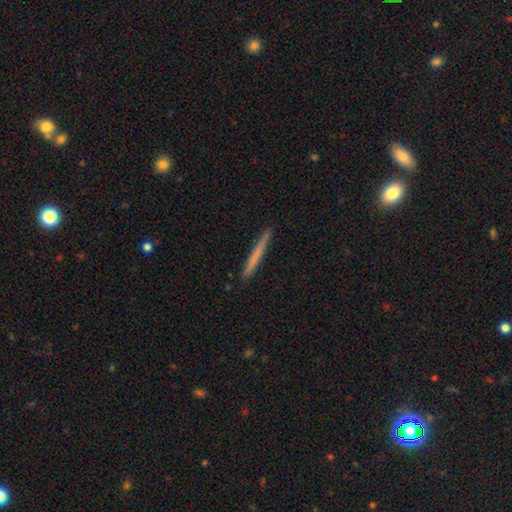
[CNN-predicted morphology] Smooth or featured? Predicted: smooth (p=0.63). How rounded? Predicted: cigar-shaped (p=0.97). Merging? Predicted: none (p=0.92).